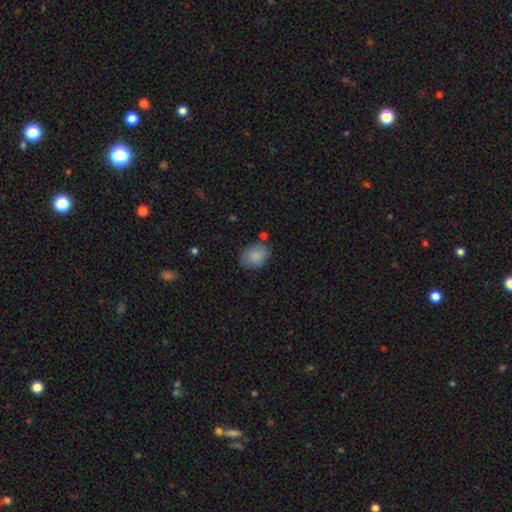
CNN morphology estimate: A smooth galaxy with no disk features (87%) that is in between round and cigar-shaped (73%).

Vote fractions:
- Smooth or featured? smooth: 87% / star or artifact: 7% / featured or disk: 6%
- How rounded? in between: 73% / round: 26% / cigar-shaped: 1%
- Merging? none: 74% / minor disturbance: 17% / merger: 5% / major disturbance: 4%